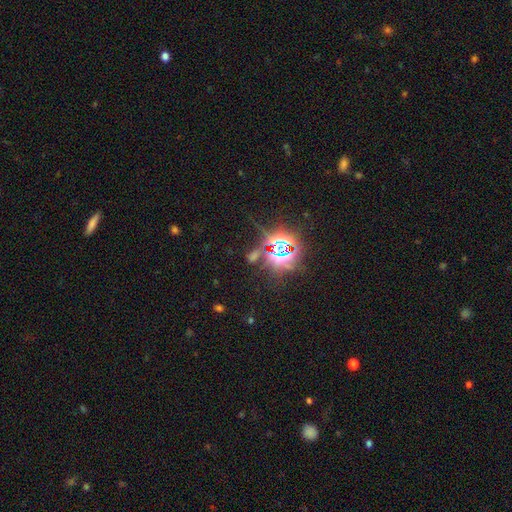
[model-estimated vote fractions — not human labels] This is clearly a star or artifact rather than a galaxy (81%).